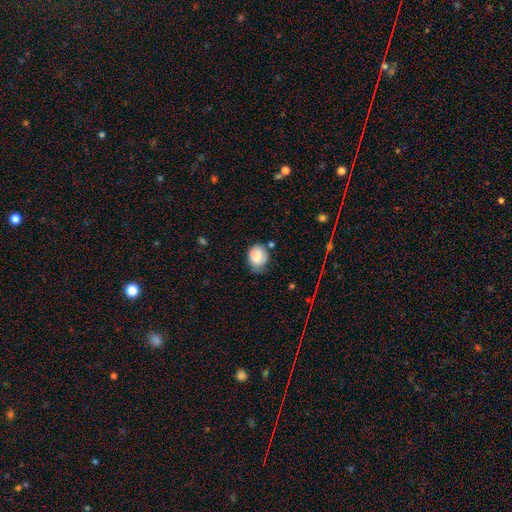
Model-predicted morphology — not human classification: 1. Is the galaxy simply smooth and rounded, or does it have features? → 79% smooth, 13% featured or disk, 8% star or artifact.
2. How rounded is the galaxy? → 53% in between, 46% round, 1% cigar-shaped.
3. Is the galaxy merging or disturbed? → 56% none, 33% minor disturbance, 6% major disturbance, 4% merger.